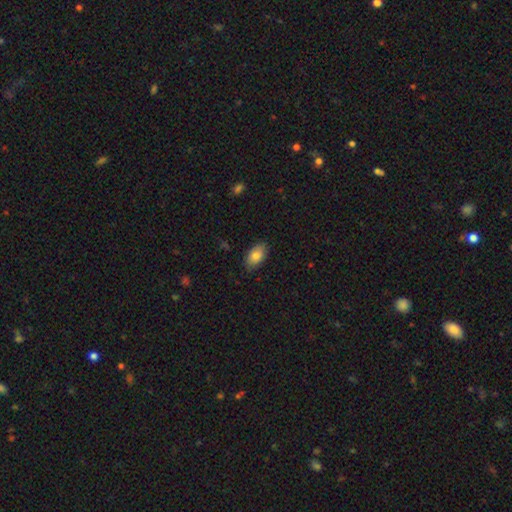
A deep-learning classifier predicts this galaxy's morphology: Smooth or featured?
  - smooth: 82% *
  - featured or disk: 11%
  - star or artifact: 7%
How rounded?
  - in between: 92% *
  - round: 6%
  - cigar-shaped: 2%
Merging?
  - none: 83% *
  - minor disturbance: 14%
  - major disturbance: 2%
  - merger: 1%